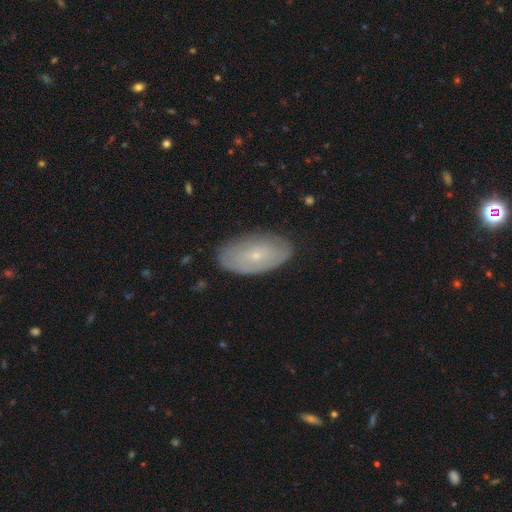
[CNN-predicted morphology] A smooth galaxy with no disk features (48%).

Vote fractions:
- Smooth or featured? smooth: 48% / featured or disk: 45% / star or artifact: 7%
- Merging? none: 81% / minor disturbance: 15% / major disturbance: 3% / merger: 1%